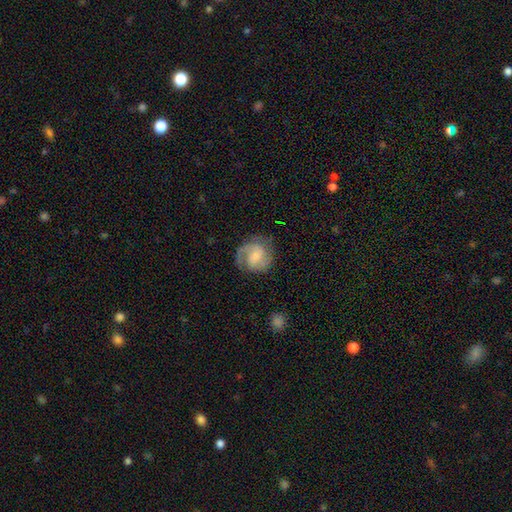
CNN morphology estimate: Smooth or featured?
  - featured or disk: 79% *
  - smooth: 15%
  - star or artifact: 6%
Edge-on disk?
  - no: 98% *
  - yes: 2%
Bar?
  - no: 48% *
  - weak: 43%
  - strong: 9%
Spiral arms?
  - yes: 96% *
  - no: 4%
Spiral winding?
  - medium: 49% *
  - tight: 37%
  - loose: 15%
Spiral arm count?
  - 2: 76% *
  - 1: 8%
  - can't tell: 7%
  - 3: 5%
  - 4: 2%
  - more than 4: 2%
Bulge size?
  - small: 50% *
  - moderate: 30%
  - none: 14%
  - large: 5%
  - dominant: 1%
Merging?
  - none: 75% *
  - minor disturbance: 16%
  - major disturbance: 8%
  - merger: 1%